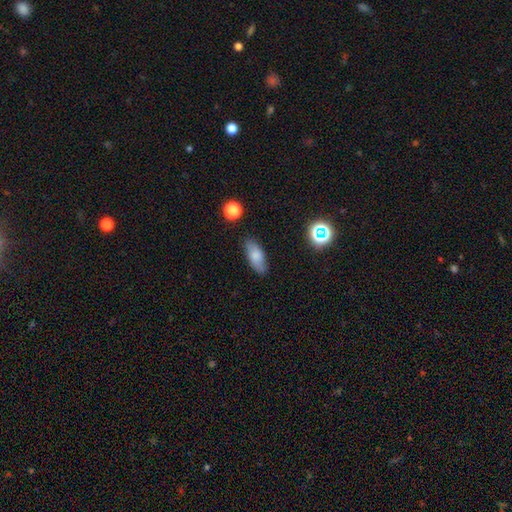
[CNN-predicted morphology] A smooth galaxy with no disk features (75%) that is in between round and cigar-shaped (81%).

Vote fractions:
- Smooth or featured? smooth: 75% / featured or disk: 16% / star or artifact: 9%
- How rounded? in between: 81% / cigar-shaped: 16% / round: 3%
- Merging? none: 82% / minor disturbance: 13% / major disturbance: 3% / merger: 2%